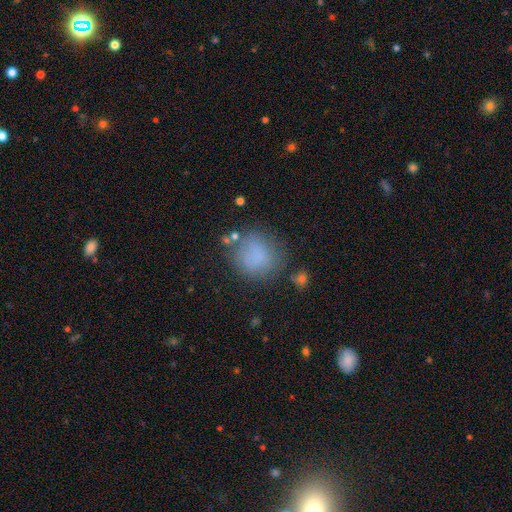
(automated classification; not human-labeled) Smooth or featured?
  - smooth: 78% *
  - star or artifact: 11%
  - featured or disk: 11%
How rounded?
  - round: 84% *
  - in between: 15%
  - cigar-shaped: 1%
Merging?
  - none: 68% *
  - minor disturbance: 18%
  - major disturbance: 9%
  - merger: 5%